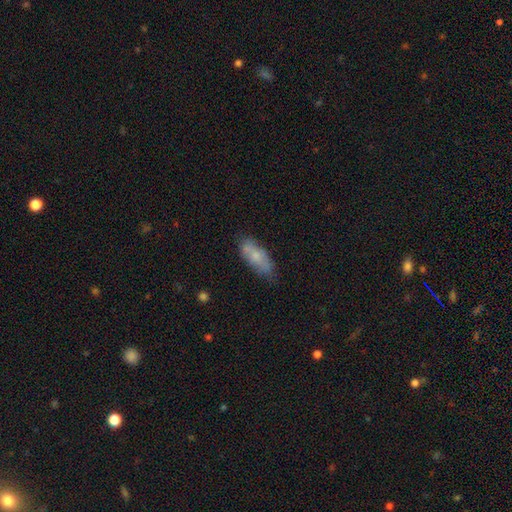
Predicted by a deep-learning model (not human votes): Smooth or featured? smooth (66%)
How rounded? in between (69%)
Merging? none (60%)